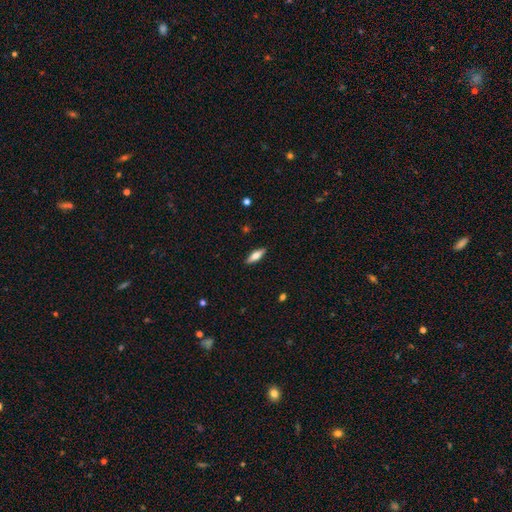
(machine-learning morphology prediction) Overall: smooth (67%; featured or disk 27%). How rounded: in between (52%; cigar-shaped 46%). Merging: none (89%).